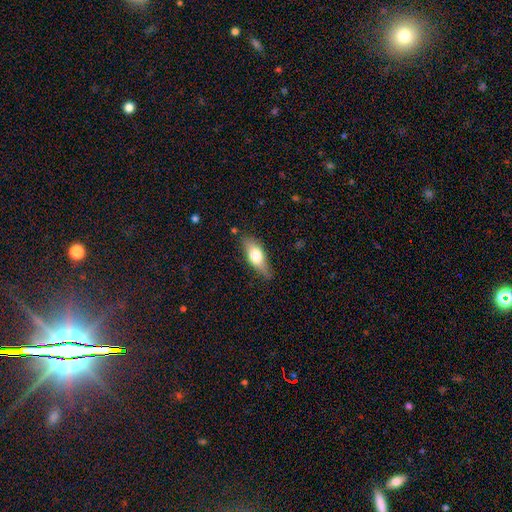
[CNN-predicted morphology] smooth_or_featured: smooth (p=0.59) [alt: featured or disk p=0.34]
how_rounded: in between (p=0.69) [alt: cigar-shaped p=0.27]
merging: none (p=0.74) [alt: minor disturbance p=0.20]